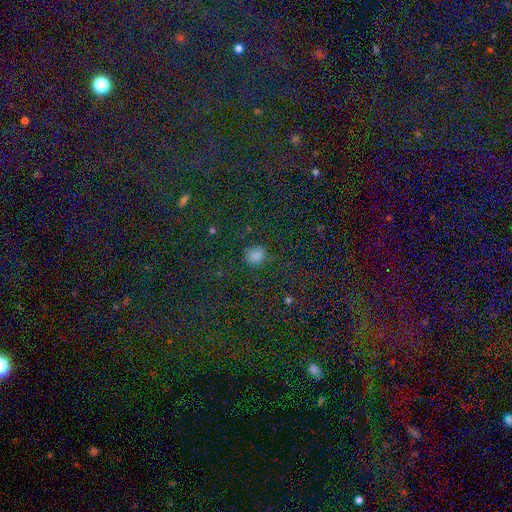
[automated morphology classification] Overall: smooth (67%). How rounded: round (66%; in between 33%). Merging: none (75%).